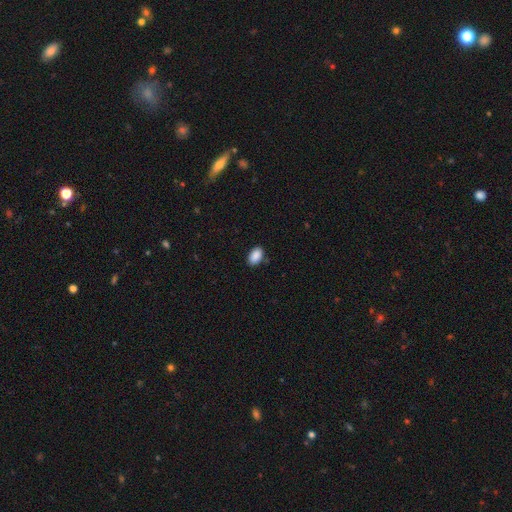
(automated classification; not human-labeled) Overall: smooth (89%). How rounded: in between (92%). Merging: none (86%).